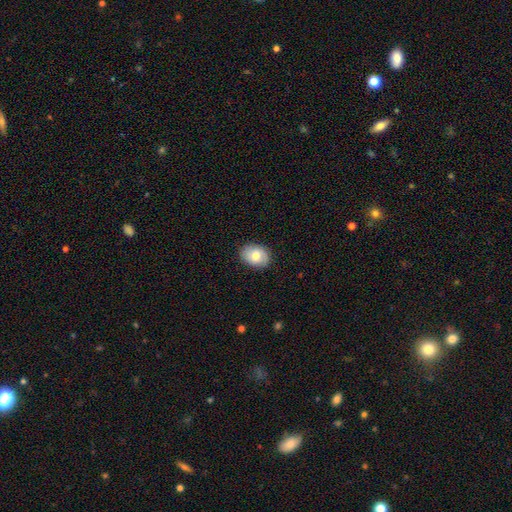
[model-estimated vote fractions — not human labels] smooth-or-featured: smooth: 68% | featured or disk: 25% | star or artifact: 7%
  how-rounded: in between: 64% | round: 35% | cigar-shaped: 1%
  merging: none: 84% | minor disturbance: 13% | major disturbance: 3% | merger: 1%